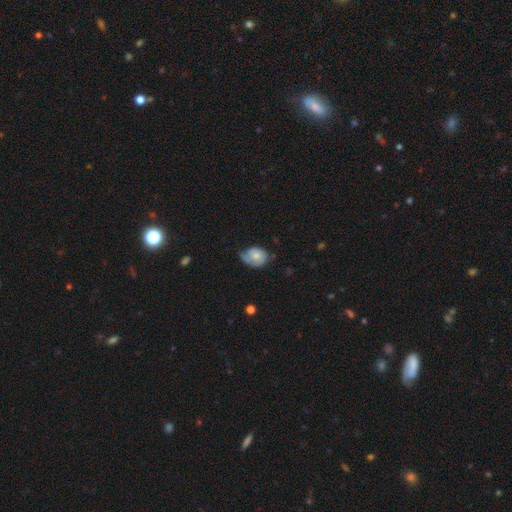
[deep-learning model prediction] This appears to be a smooth galaxy with no disk features (55%) that is in between round and cigar-shaped (61%). Merging: minor disturbance (41%).